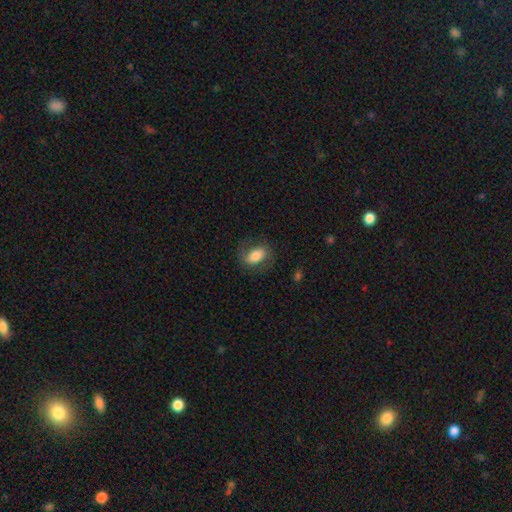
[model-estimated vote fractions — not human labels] A smooth galaxy with no disk features (70%) that is in between round and cigar-shaped (86%).

Vote fractions:
- Smooth or featured? smooth: 70% / featured or disk: 23% / star or artifact: 7%
- How rounded? in between: 86% / round: 11% / cigar-shaped: 3%
- Merging? none: 72% / minor disturbance: 17% / major disturbance: 10% / merger: 1%